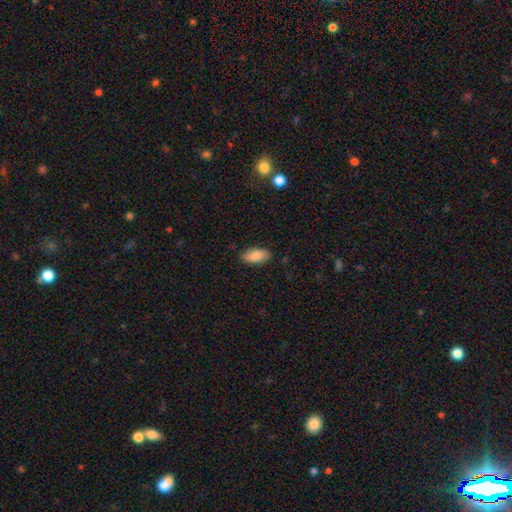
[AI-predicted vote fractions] smooth_or_featured: smooth (p=0.82) [alt: featured or disk p=0.11]
how_rounded: in between (p=0.91) [alt: cigar-shaped p=0.06]
merging: none (p=0.84) [alt: minor disturbance p=0.12]